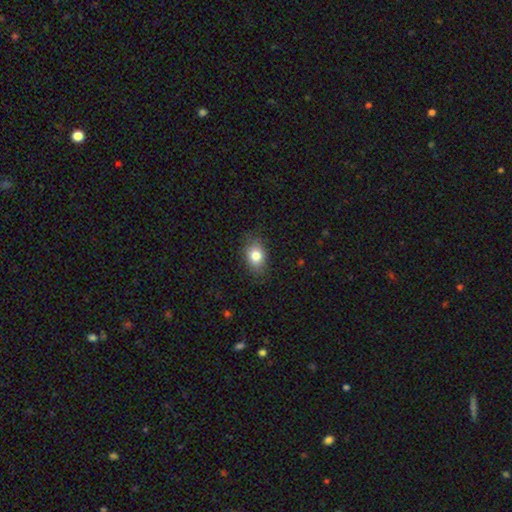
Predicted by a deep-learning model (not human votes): This is clearly a smooth galaxy (80%). How rounded: likely in between (71%). Merging: clearly none (80%).